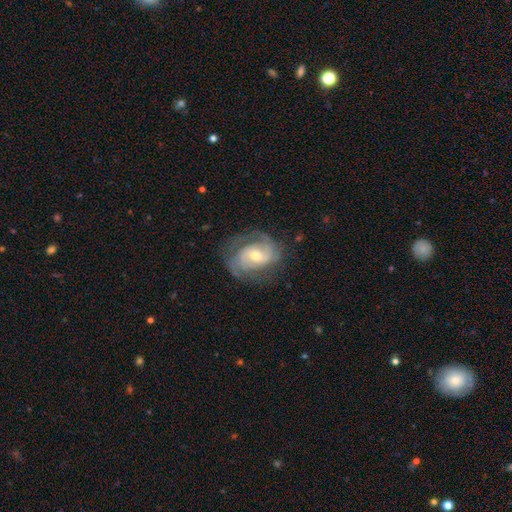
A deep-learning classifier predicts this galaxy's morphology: Smooth or featured?
  - featured or disk: 80% *
  - smooth: 14%
  - star or artifact: 6%
Edge-on disk?
  - no: 97% *
  - yes: 3%
Bar?
  - no: 50% *
  - weak: 39%
  - strong: 11%
Spiral arms?
  - yes: 92% *
  - no: 8%
Spiral winding?
  - medium: 42% * (tied)
  - tight: 42% * (tied)
  - loose: 15%
Spiral arm count?
  - 2: 53% *
  - can't tell: 23%
  - 3: 13%
  - 1: 5%
  - 4: 3%
  - more than 4: 3%
Bulge size?
  - moderate: 50% *
  - small: 44%
  - large: 3%
  - none: 1%
  - dominant: 1%
Merging?
  - none: 66% *
  - minor disturbance: 21%
  - major disturbance: 13%
  - merger: 1%